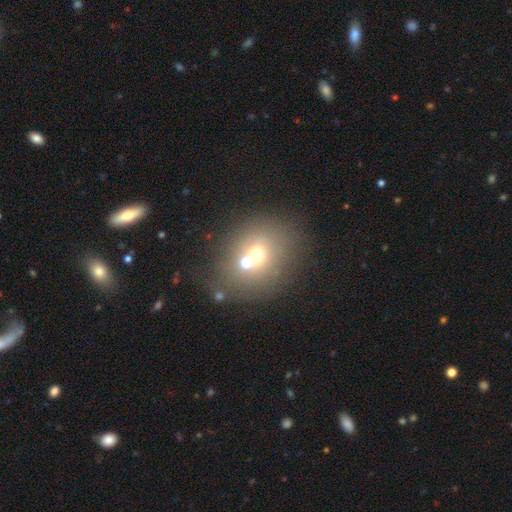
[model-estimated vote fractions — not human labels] Smooth or featured? smooth (59%)
How rounded? round (69%)
Merging? none (49%)